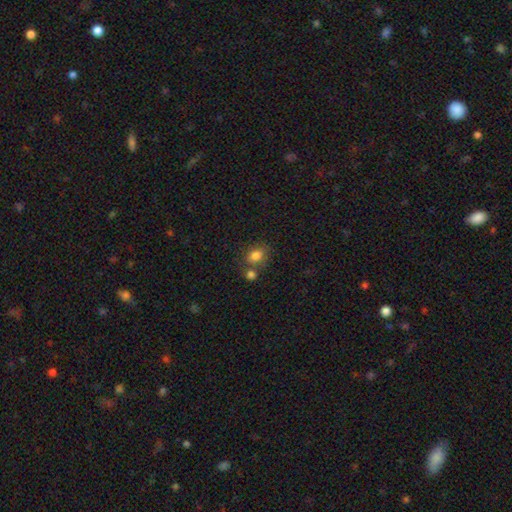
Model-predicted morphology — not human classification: This appears to be a smooth galaxy with no disk features (81%) that is in between round and cigar-shaped (54%). Merging: none (52%).